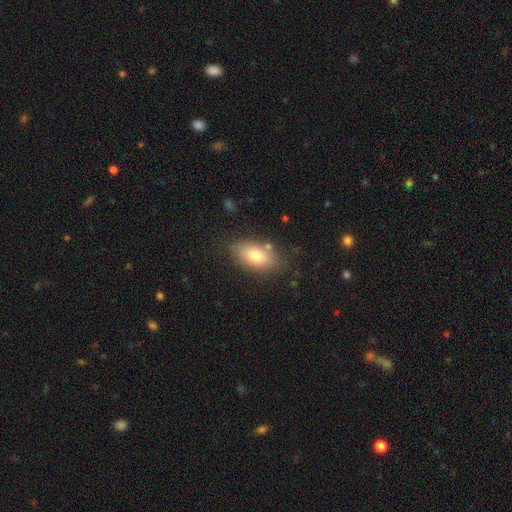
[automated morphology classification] Smooth or featured? Predicted: smooth (p=0.76). How rounded? Predicted: in between (p=0.90). Merging? Predicted: none (p=0.79).